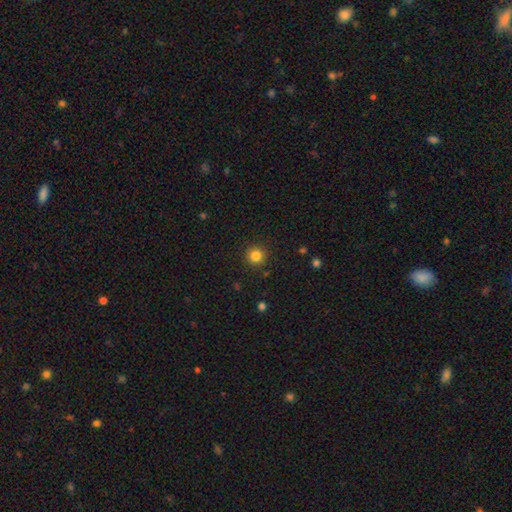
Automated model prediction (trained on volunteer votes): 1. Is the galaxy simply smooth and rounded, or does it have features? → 83% smooth, 12% star or artifact, 5% featured or disk.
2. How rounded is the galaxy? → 94% round, 5% in between, 1% cigar-shaped.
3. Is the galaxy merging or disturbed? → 91% none, 6% minor disturbance, 2% major disturbance, 1% merger.